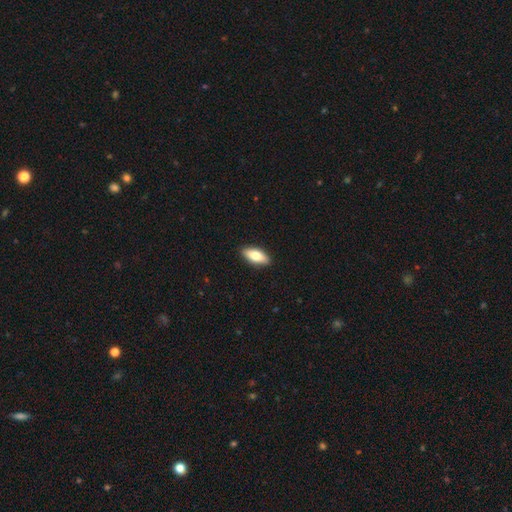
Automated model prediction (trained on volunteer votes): Smooth or featured?
  - smooth: 73% *
  - featured or disk: 21%
  - star or artifact: 6%
How rounded?
  - in between: 82% *
  - cigar-shaped: 15%
  - round: 3%
Merging?
  - none: 90% *
  - minor disturbance: 7%
  - major disturbance: 2%
  - merger: 1%